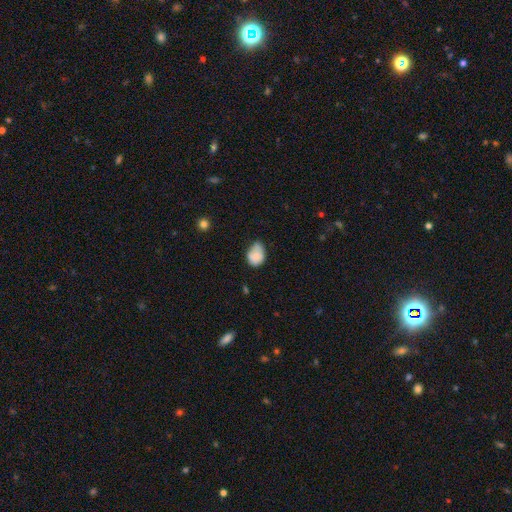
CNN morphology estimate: A smooth galaxy with no disk features (78%) that is in between round and cigar-shaped (72%). Merging: minor disturbance (44%).